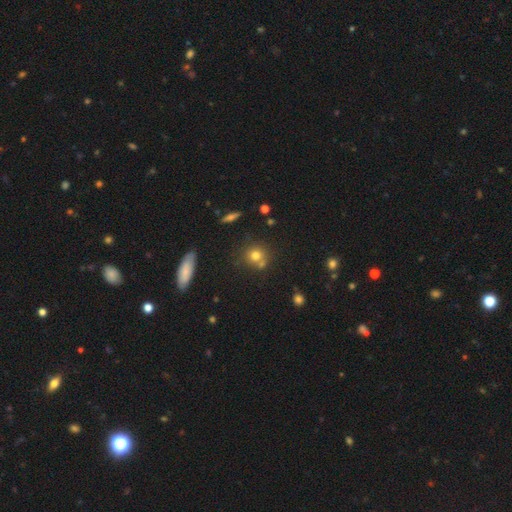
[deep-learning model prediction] Smooth or featured: smooth — 71% (star or artifact — 16%)
How rounded: round — 86% (in between — 12%)
Merging: none — 61% (merger — 25%)